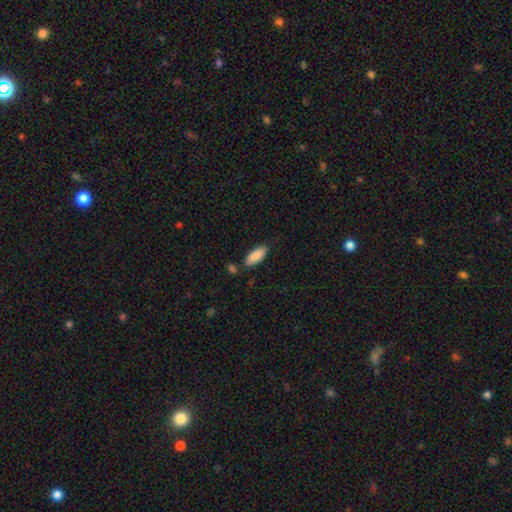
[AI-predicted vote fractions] A smooth galaxy with no disk features (89%) that is in between round and cigar-shaped (80%). Merging: none (78%).